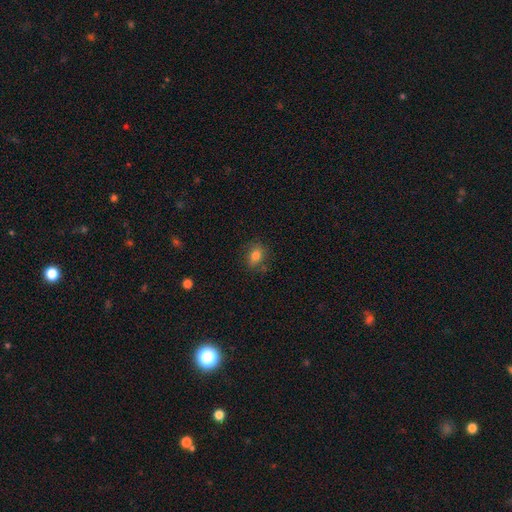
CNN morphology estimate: smooth_or_featured: smooth (p=0.78) [alt: star or artifact p=0.12]
how_rounded: in between (p=0.57) [alt: round p=0.42]
merging: none (p=0.78) [alt: minor disturbance p=0.15]